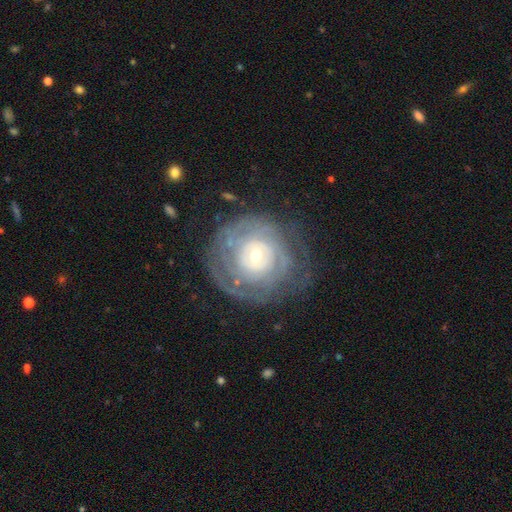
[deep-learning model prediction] The model was most divided on "bulge size": small: 53%, moderate: 41%, large: 4%, dominant: 1%, none: 1%. More confident: edge-on disk — no (97%); spiral arms — yes (88%); spiral winding — tight (82%); smooth or featured — featured or disk (81%); merging — none (74%); bar — no (64%); spiral arm count — can't tell (50%).